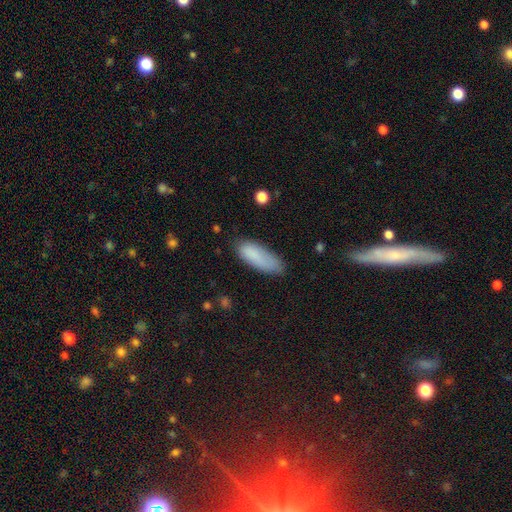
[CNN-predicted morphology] type=smooth (85%); roundness=in between (65%); merging=none (64%).